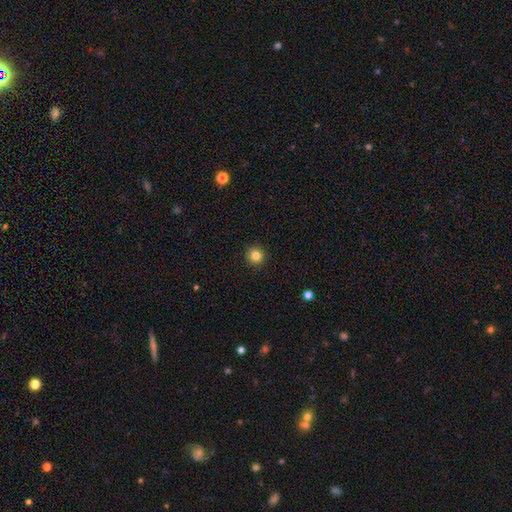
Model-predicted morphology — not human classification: Q: Smooth or featured?
A: smooth (83%); runner-up: star or artifact (12%)
Q: How rounded?
A: round (95%); runner-up: in between (4%)
Q: Merging?
A: none (92%); runner-up: minor disturbance (5%)